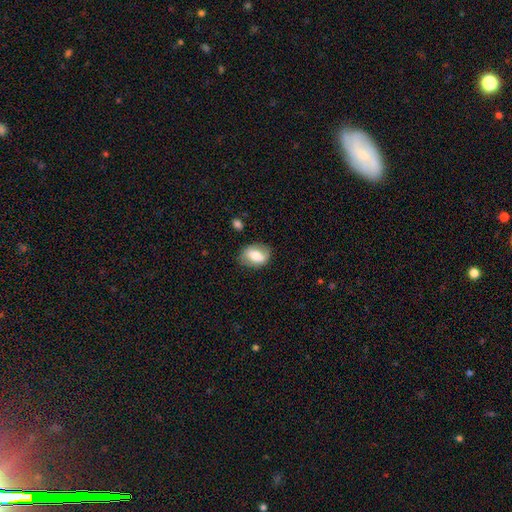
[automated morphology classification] A smooth galaxy with no disk features (68%) that is in between round and cigar-shaped (77%). Merging: none (77%).